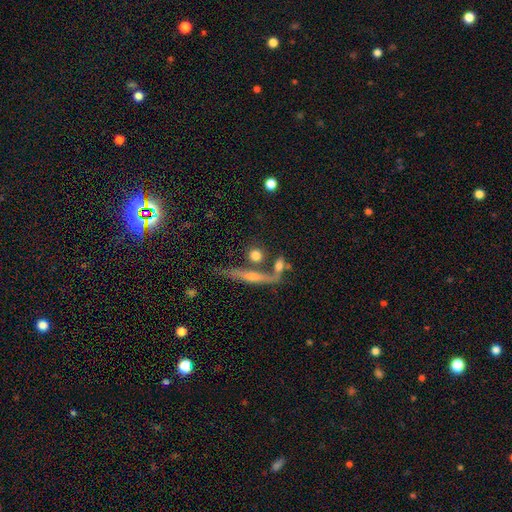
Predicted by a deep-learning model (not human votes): Q: Smooth or featured?
A: smooth (67%); runner-up: featured or disk (23%)
Q: How rounded?
A: round (57%); runner-up: in between (22%)
Q: Merging?
A: none (60%); runner-up: merger (23%)